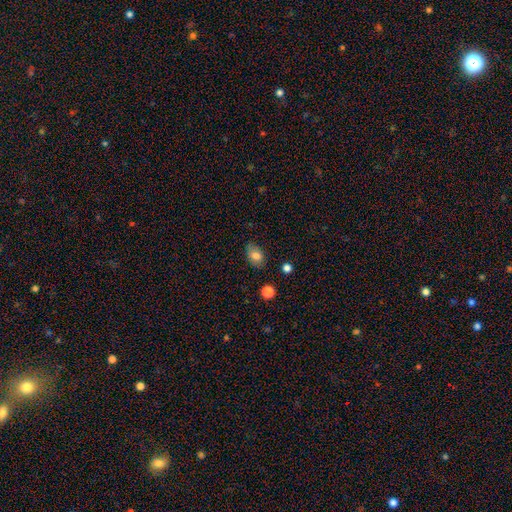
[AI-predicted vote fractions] This appears to be a smooth galaxy with no disk features (80%) that is in between round and cigar-shaped (82%). Merging: none (76%).